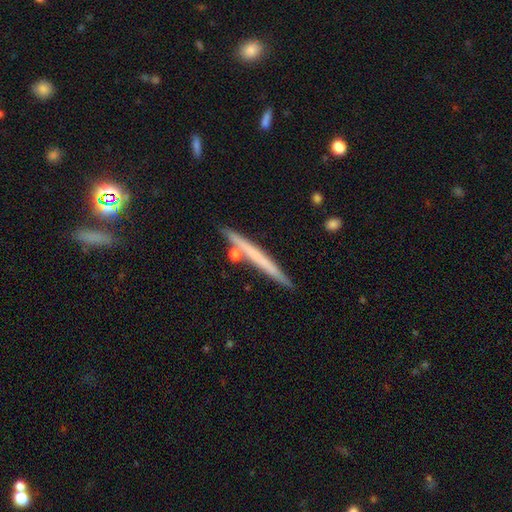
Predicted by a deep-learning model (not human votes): Morphology: type=smooth (47%, tied with featured or disk); merging=none (84%).